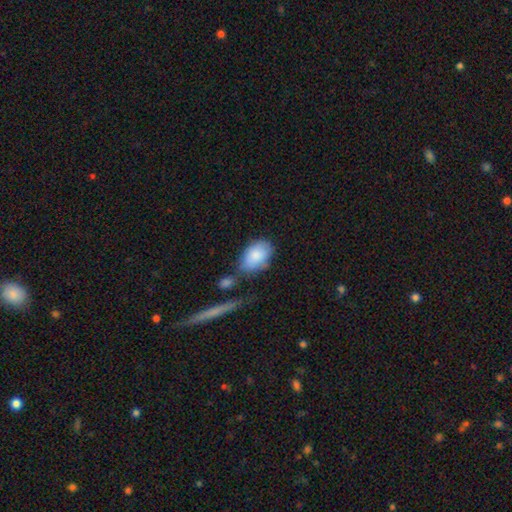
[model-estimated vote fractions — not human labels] This appears to be a smooth galaxy with no disk features (83%) that is in between round and cigar-shaped (89%). Merging: none (47%).